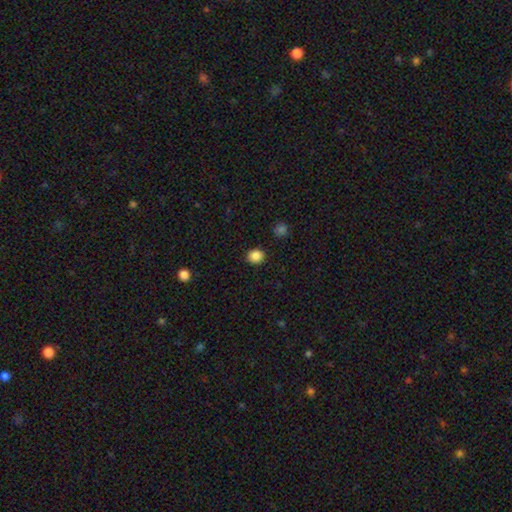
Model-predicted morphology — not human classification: Q: Smooth or featured?
A: smooth (86%); runner-up: star or artifact (10%)
Q: How rounded?
A: round (75%); runner-up: in between (24%)
Q: Merging?
A: none (91%); runner-up: minor disturbance (6%)